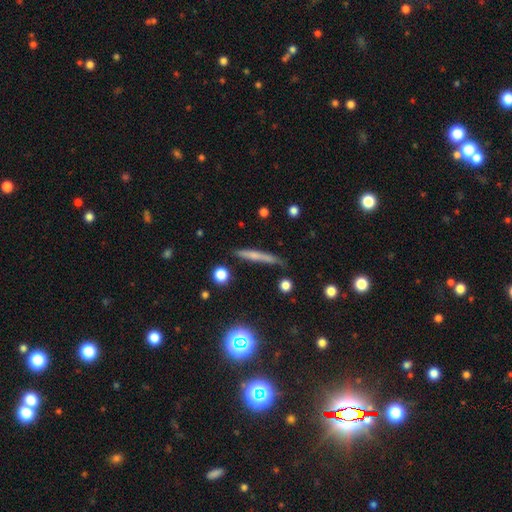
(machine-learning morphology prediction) A smooth galaxy with no disk features (55%) that is cigar-shaped (92%). Merging: none (79%).